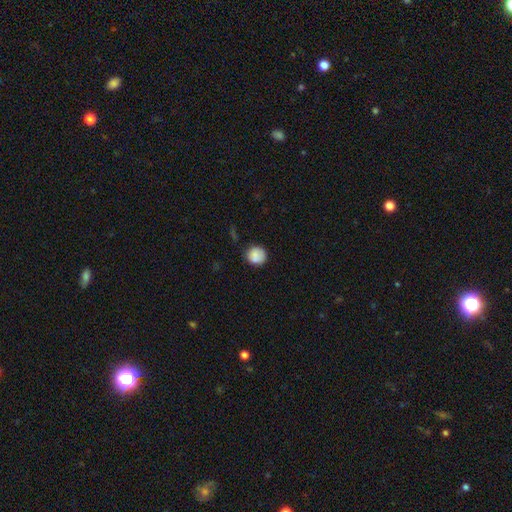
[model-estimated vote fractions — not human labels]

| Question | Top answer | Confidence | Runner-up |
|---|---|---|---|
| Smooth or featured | smooth | 84% | star or artifact (8%) |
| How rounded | round | 89% | in between (10%) |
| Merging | none | 72% | minor disturbance (19%) |